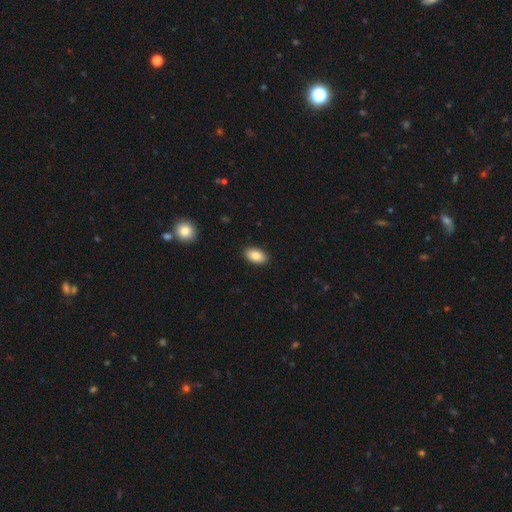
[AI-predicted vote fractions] Smooth or featured? Predicted: smooth (p=0.87). How rounded? Predicted: in between (p=0.94). Merging? Predicted: none (p=0.90).